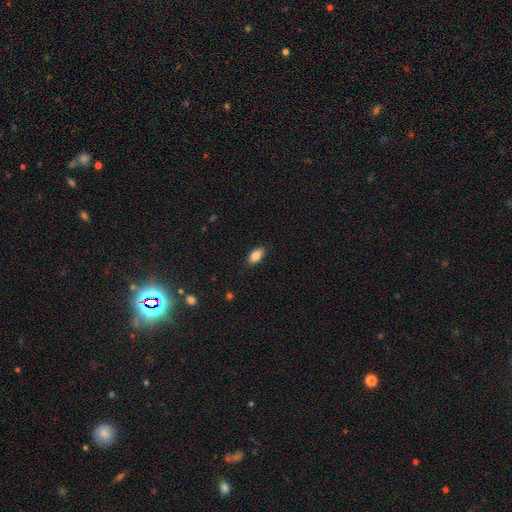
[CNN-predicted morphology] This appears to be a smooth galaxy with no disk features (84%) that is in between round and cigar-shaped (90%). Merging: none (87%).